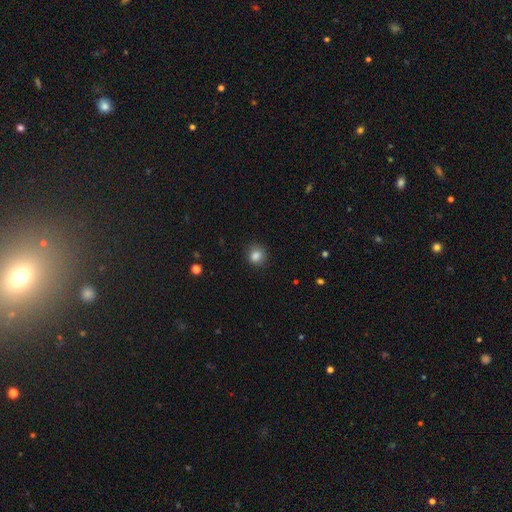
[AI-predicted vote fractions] Q: Smooth or featured?
A: smooth (85%); runner-up: star or artifact (11%)
Q: How rounded?
A: round (85%); runner-up: in between (14%)
Q: Merging?
A: none (87%); runner-up: minor disturbance (9%)